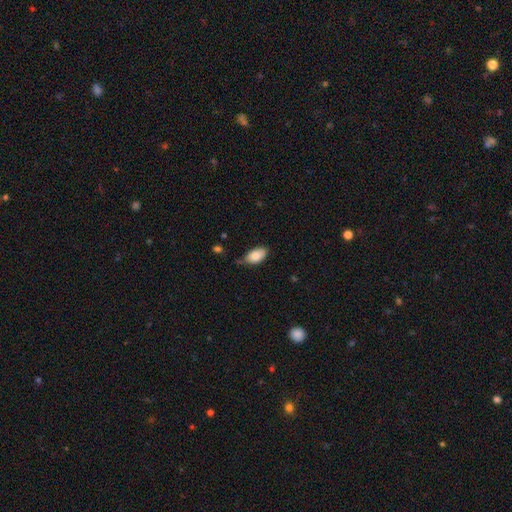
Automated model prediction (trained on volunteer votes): Overall: smooth (84%). How rounded: in between (93%). Merging: none (62%; minor disturbance 30%).